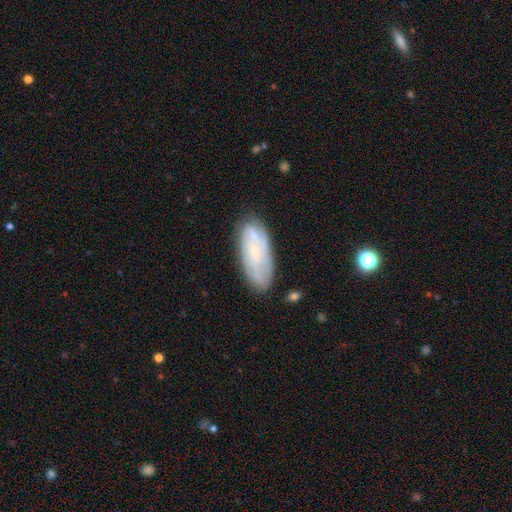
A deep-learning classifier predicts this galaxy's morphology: type=featured or disk (48%); merging=none (74%).